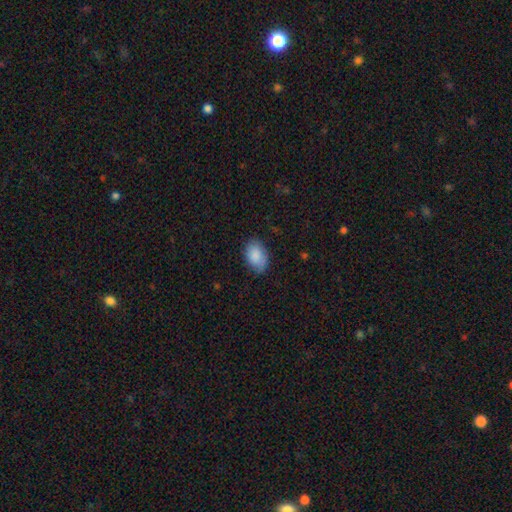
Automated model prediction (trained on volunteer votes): smooth_or_featured: smooth (p=0.87) [alt: star or artifact p=0.06]
how_rounded: in between (p=0.88) [alt: round p=0.11]
merging: none (p=0.79) [alt: minor disturbance p=0.17]